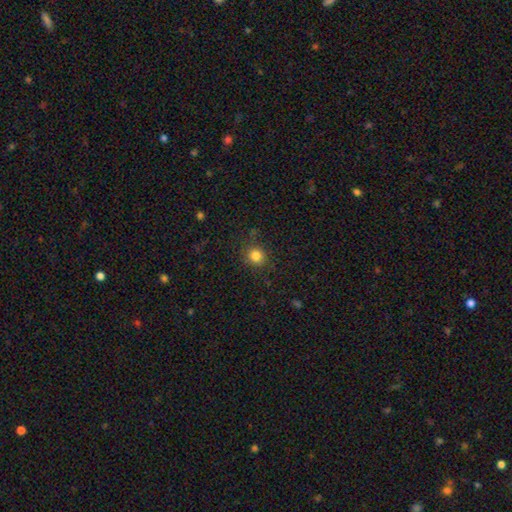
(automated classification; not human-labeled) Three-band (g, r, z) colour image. It shows a smooth galaxy with no disk features (82%) that is round (85%). Merging: none (86%).